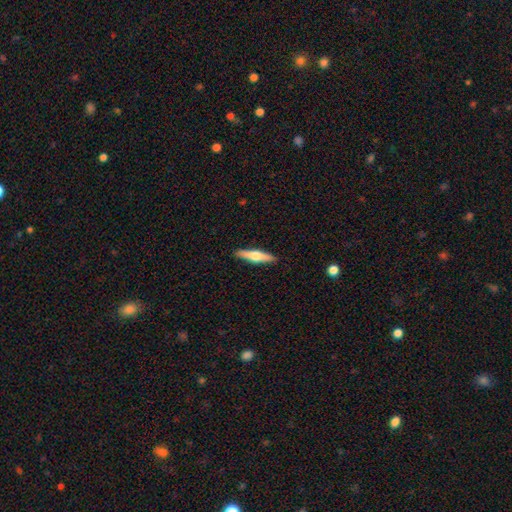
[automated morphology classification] Smooth or featured: featured or disk — 52% (smooth — 42%)
Edge-on disk: yes — 96% (no — 4%)
Merging: none — 91% (minor disturbance — 7%)